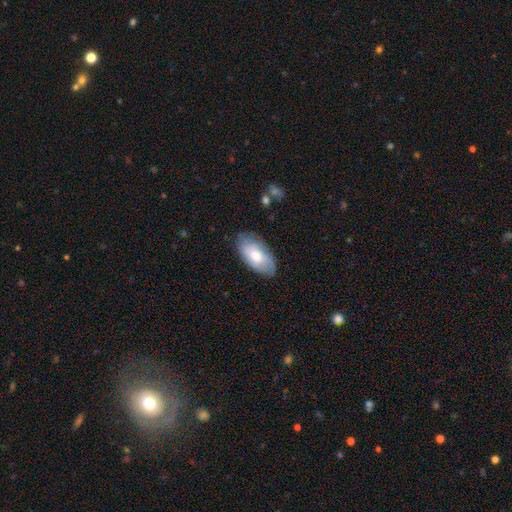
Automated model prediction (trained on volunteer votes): The model was most divided on "smooth or featured": smooth: 53%, featured or disk: 41%, star or artifact: 6%. More confident: how rounded — in between (94%); merging — none (78%).